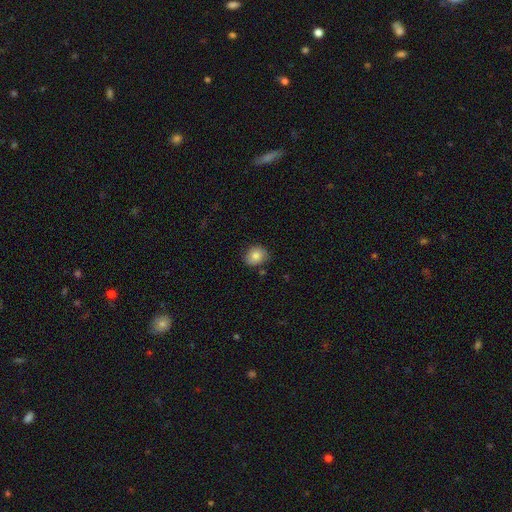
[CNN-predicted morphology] Smooth or featured: smooth — 83% (star or artifact — 9%)
How rounded: round — 67% (in between — 32%)
Merging: none — 79% (minor disturbance — 16%)